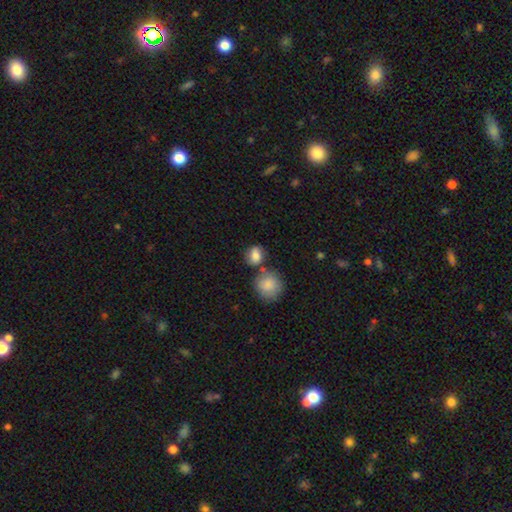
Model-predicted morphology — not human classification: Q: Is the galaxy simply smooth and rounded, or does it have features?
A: smooth — 78%.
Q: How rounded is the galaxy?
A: round — 54%.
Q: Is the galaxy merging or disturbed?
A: none — 57%.